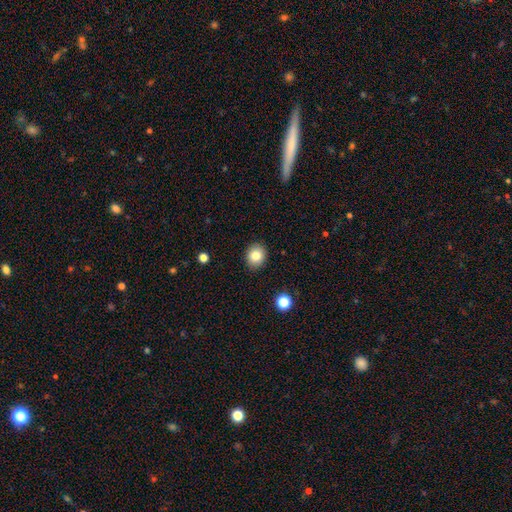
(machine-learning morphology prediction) smooth 84%, star or artifact 10%, featured or disk 7%. Down the decision tree: how rounded — round (66%); merging — none (90%).